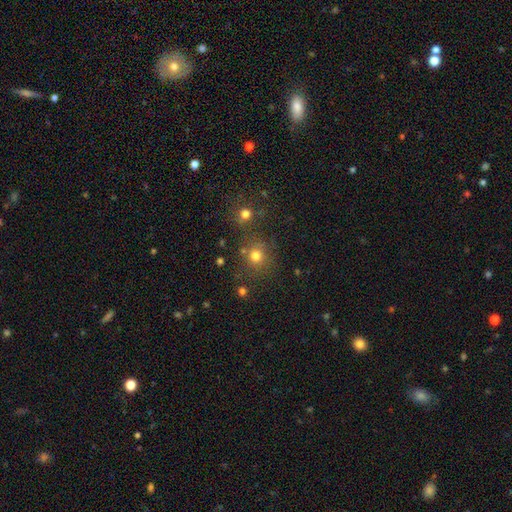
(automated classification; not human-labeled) Smooth or featured? smooth (75%)
How rounded? round (90%)
Merging? none (74%)